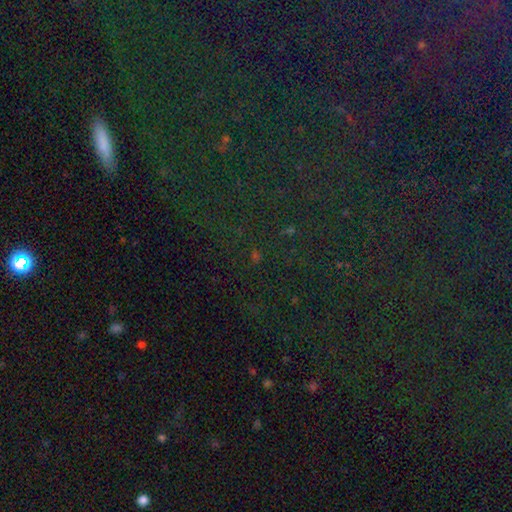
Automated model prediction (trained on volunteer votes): The model was most divided on "smooth or featured": star or artifact: 71%, smooth: 20%, featured or disk: 8%.